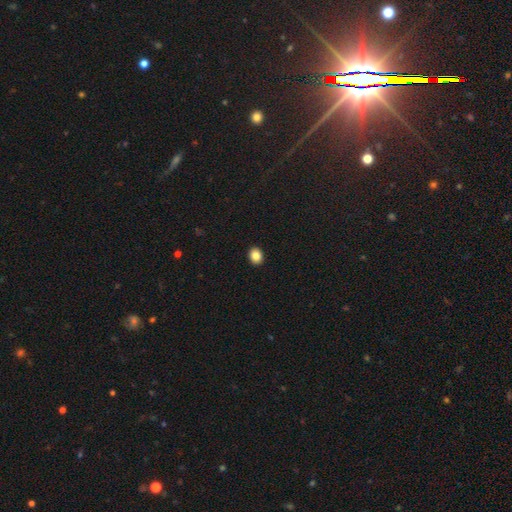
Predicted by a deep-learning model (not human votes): smooth_or_featured: smooth (p=0.87) [alt: star or artifact p=0.09]
how_rounded: round (p=0.55) [alt: in between p=0.44]
merging: none (p=0.92) [alt: minor disturbance p=0.05]